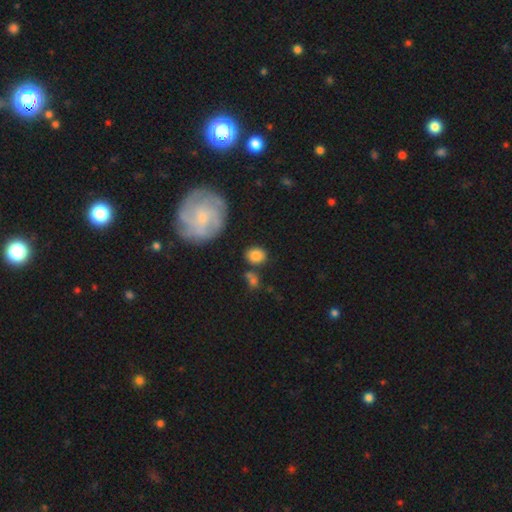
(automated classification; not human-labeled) This is clearly a smooth galaxy (81%). How rounded: likely round (65%). Merging: likely none (74%).